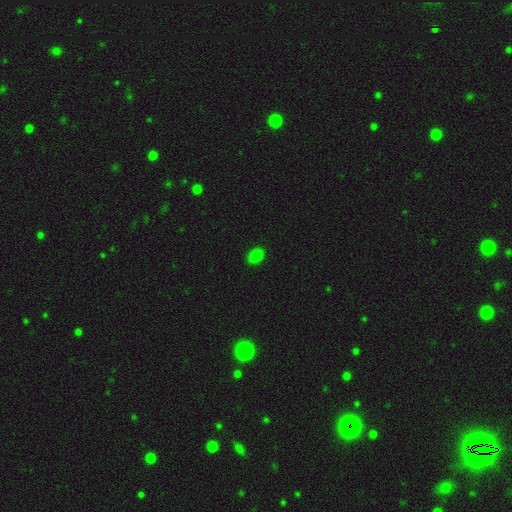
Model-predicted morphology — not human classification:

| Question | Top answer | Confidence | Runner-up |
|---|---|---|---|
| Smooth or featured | smooth | 82% | star or artifact (15%) |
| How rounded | in between | 79% | round (20%) |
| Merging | none | 88% | minor disturbance (9%) |